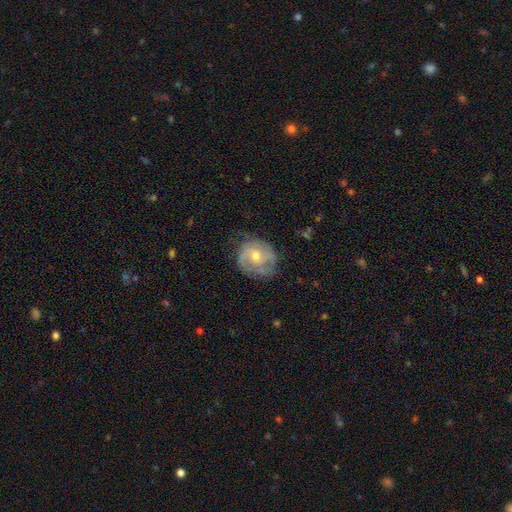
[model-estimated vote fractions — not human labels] Smooth or featured?
  - featured or disk: 76% *
  - smooth: 17%
  - star or artifact: 6%
Edge-on disk?
  - no: 97% *
  - yes: 3%
Bar?
  - no: 63% *
  - weak: 31%
  - strong: 6%
Spiral arms?
  - yes: 89% *
  - no: 11%
Spiral winding?
  - tight: 53% *
  - medium: 35%
  - loose: 11%
Spiral arm count?
  - 2: 46% *
  - can't tell: 26%
  - 3: 16%
  - 1: 5%
  - 4: 4%
  - more than 4: 3%
Bulge size?
  - moderate: 56% *
  - small: 40%
  - large: 2%
  - none: 1%
  - dominant: 1%
Merging?
  - none: 66% *
  - minor disturbance: 24%
  - major disturbance: 9%
  - merger: 1%